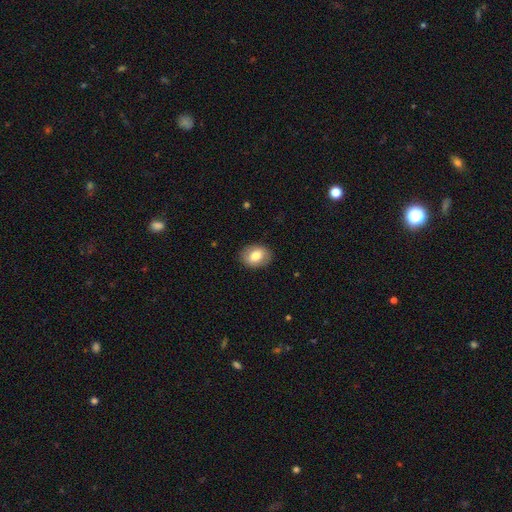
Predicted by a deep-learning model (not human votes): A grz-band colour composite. It shows a smooth galaxy with no disk features (77%) that is in between round and cigar-shaped (64%). Merging: none (87%).